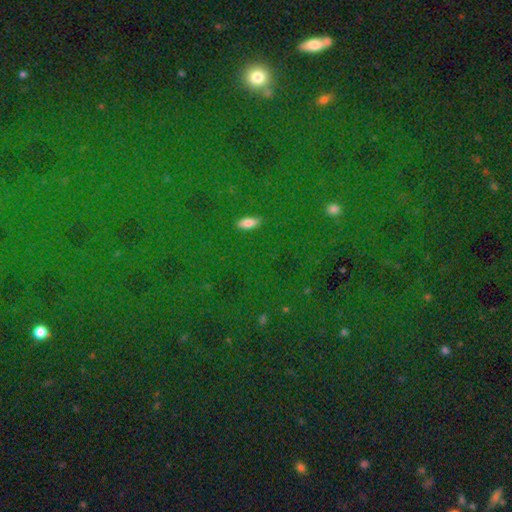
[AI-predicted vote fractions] Smooth or featured?
  - star or artifact: 78% *
  - smooth: 14%
  - featured or disk: 8%